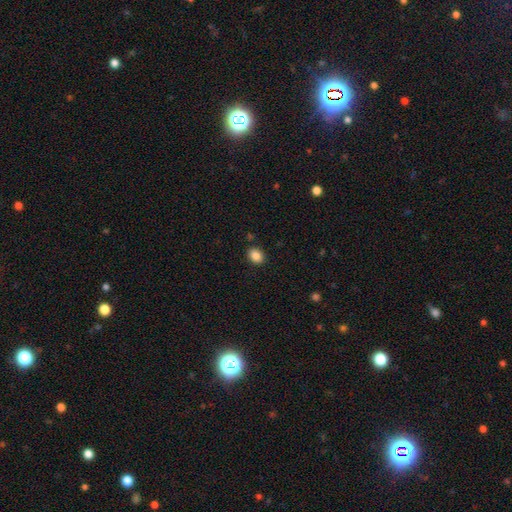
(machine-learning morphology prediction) smooth_or_featured: smooth (p=0.87) [alt: star or artifact p=0.09]
how_rounded: in between (p=0.54) [alt: round p=0.45]
merging: none (p=0.88) [alt: minor disturbance p=0.08]